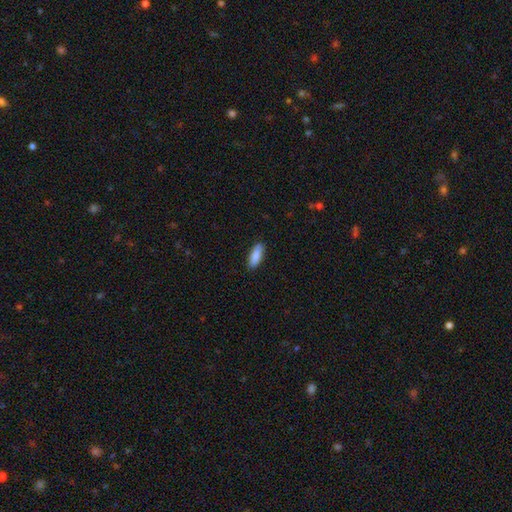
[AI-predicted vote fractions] smooth-or-featured: smooth: 88% | featured or disk: 6% | star or artifact: 6%
  how-rounded: in between: 65% | cigar-shaped: 33% | round: 2%
  merging: none: 89% | minor disturbance: 8% | major disturbance: 2% | merger: 1%